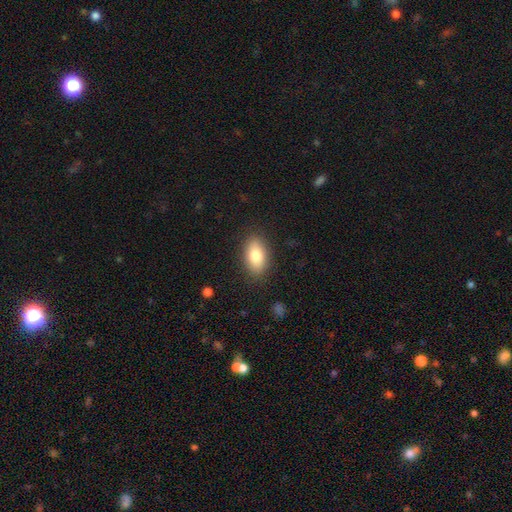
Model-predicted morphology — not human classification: A smooth galaxy with no disk features (80%) that is in between round and cigar-shaped (91%). Merging: none (86%).